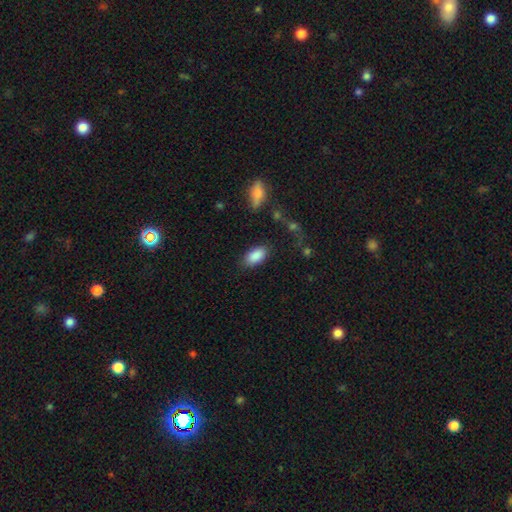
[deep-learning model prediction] smooth 88%, star or artifact 7%, featured or disk 5%. Down the decision tree: how rounded — in between (93%); merging — none (83%).